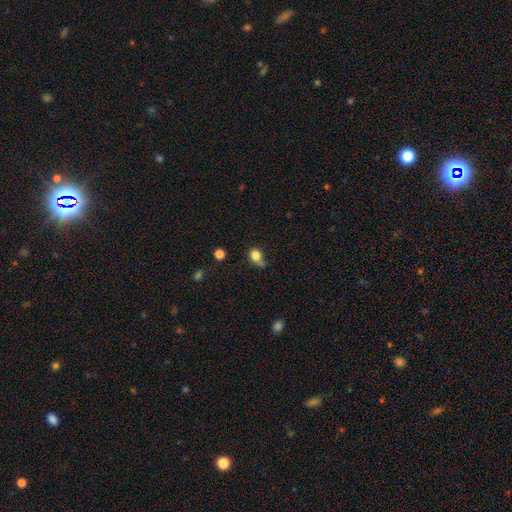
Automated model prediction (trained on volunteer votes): Smooth or featured: smooth — 80% (star or artifact — 11%)
How rounded: round — 62% (in between — 36%)
Merging: none — 43% (minor disturbance — 29%)